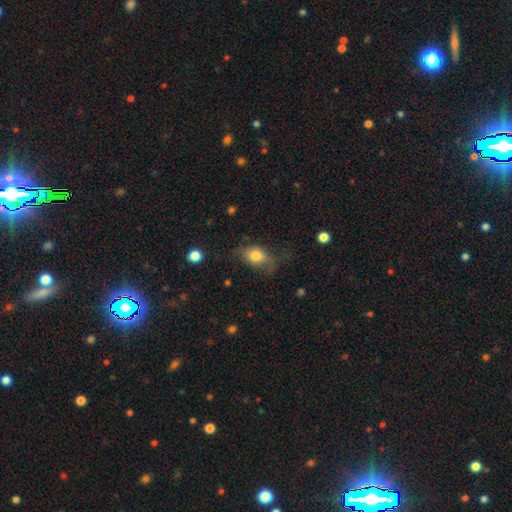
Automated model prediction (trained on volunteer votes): Overall: smooth (74%). How rounded: in between (76%). Merging: none (47%; minor disturbance 31%).